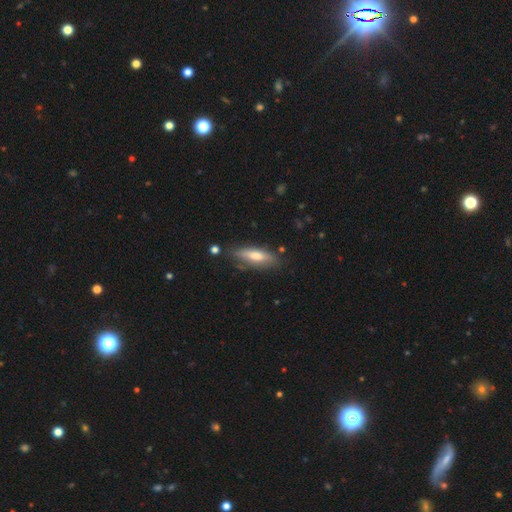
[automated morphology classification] smooth 59%, featured or disk 35%, star or artifact 6%. Down the decision tree: how rounded — cigar-shaped (52%); merging — none (74%).